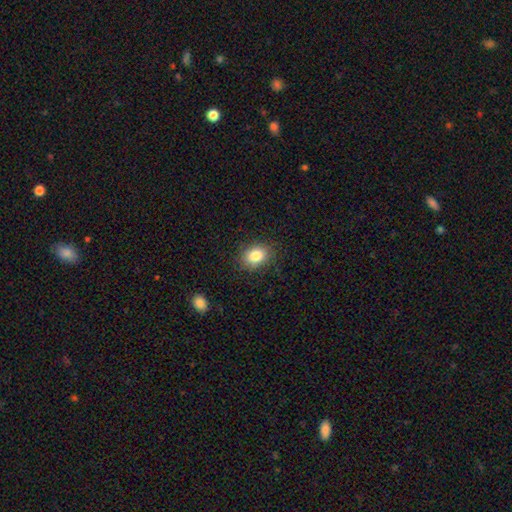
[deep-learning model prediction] Q: Smooth or featured?
A: smooth (84%); runner-up: star or artifact (9%)
Q: How rounded?
A: in between (69%); runner-up: round (30%)
Q: Merging?
A: none (84%); runner-up: minor disturbance (11%)